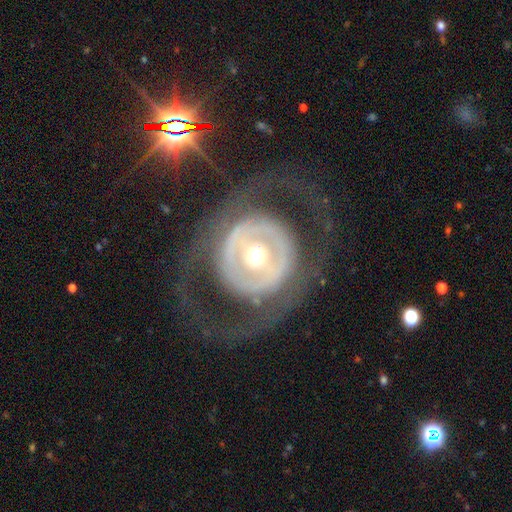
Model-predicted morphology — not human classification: type=featured or disk (75%); edge-on=no (95%); bar=no (58%); spiral arms=no (71%); bulge=moderate (65%); merging=none (72%).